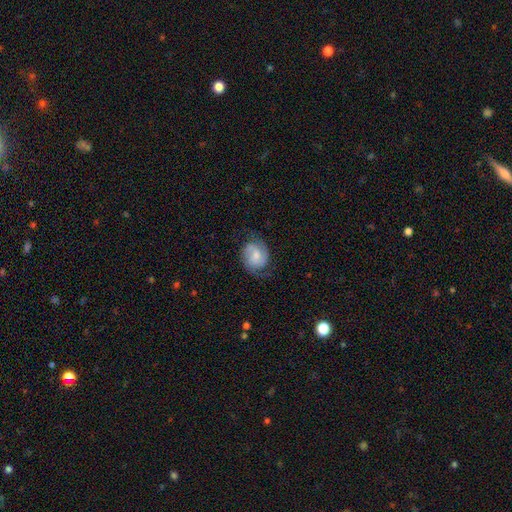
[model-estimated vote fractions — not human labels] featured or disk 61%, smooth 32%, star or artifact 7%. Down the decision tree: edge-on disk — no (98%); bar — no (46%); spiral arms — yes (91%); spiral arm count — 2 (78%); spiral winding — medium (45%); bulge size — moderate (43%); merging — none (66%).